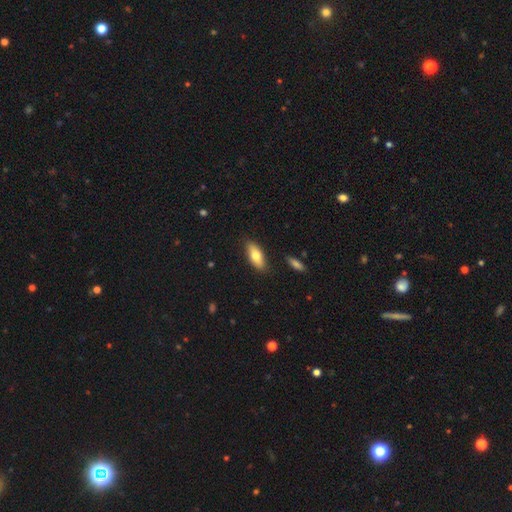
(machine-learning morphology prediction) smooth_or_featured: smooth (p=0.76) [alt: featured or disk p=0.17]
how_rounded: in between (p=0.76) [alt: cigar-shaped p=0.22]
merging: none (p=0.85) [alt: minor disturbance p=0.11]